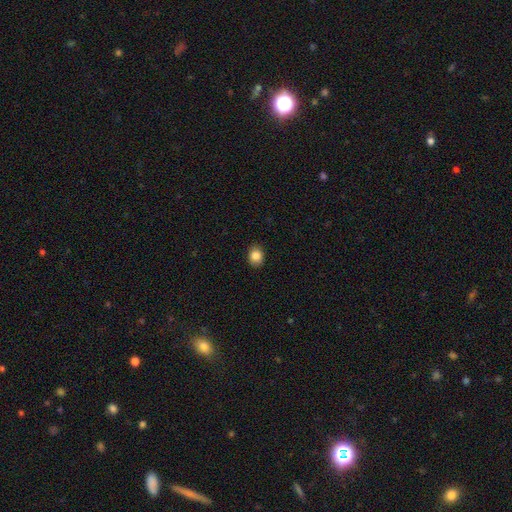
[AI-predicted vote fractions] Morphology: type=smooth (86%); roundness=round (51%); merging=none (89%).